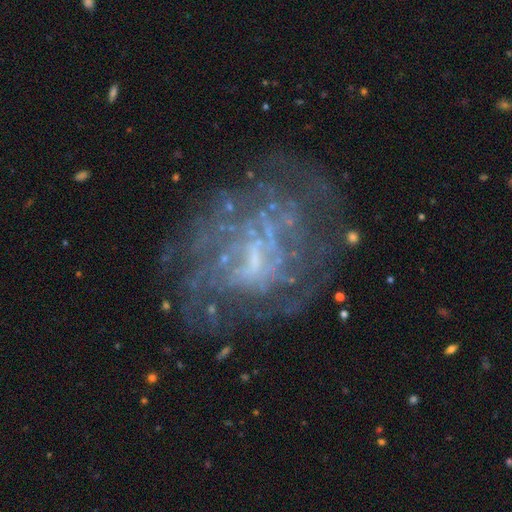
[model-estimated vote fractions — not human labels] Morphology: type=featured or disk (78%); edge-on=no (97%); bar=weak (44%, tied with no); spiral arms=yes (69%); winding=tight (55%); arm count=can't tell (60%); bulge=small (44%); merging=none (62%).